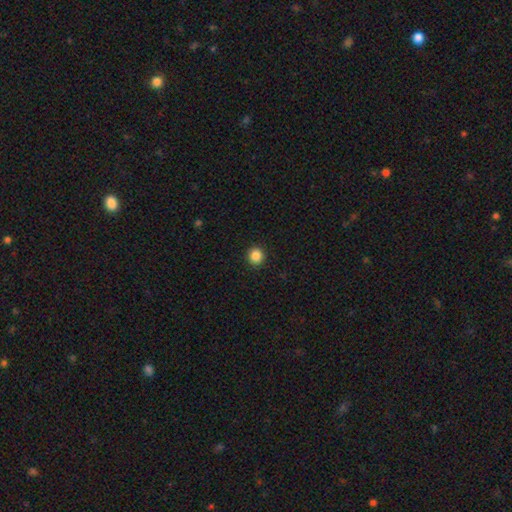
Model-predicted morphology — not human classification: Overall: smooth (87%). How rounded: round (93%). Merging: none (93%).